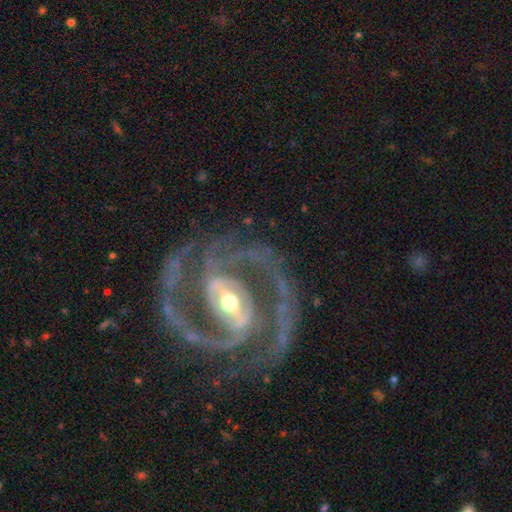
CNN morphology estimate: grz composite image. It shows a featured or disk galaxy (93%) with a strong bar (58%), 2 (83%) medium (53%) spiral arms (99%) and a moderate central bulge (54%). Merging: none (78%).